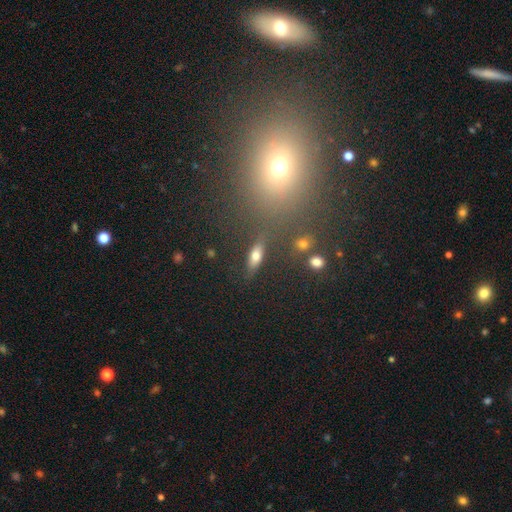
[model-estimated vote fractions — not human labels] This appears to be a smooth galaxy with no disk features (69%) that is in between round and cigar-shaped (67%). Merging: none (77%).